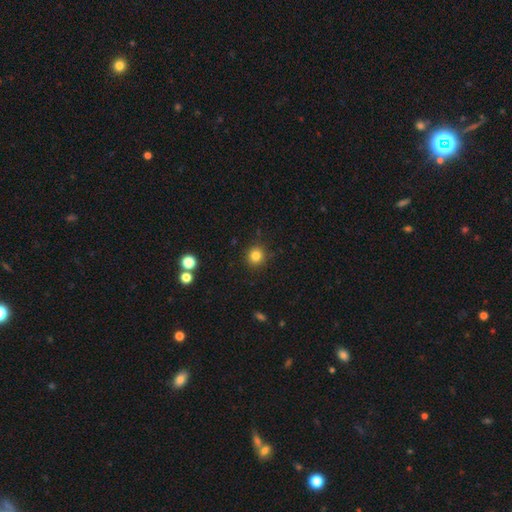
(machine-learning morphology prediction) This is clearly a smooth galaxy (82%). How rounded: clearly round (91%). Merging: clearly none (89%).